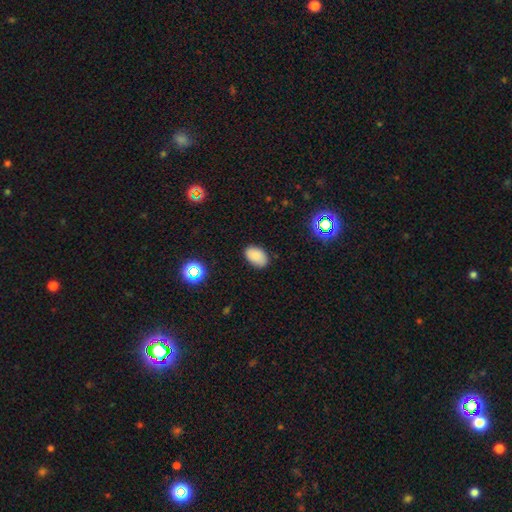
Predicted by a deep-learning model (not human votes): Q: Smooth or featured?
A: smooth (84%); runner-up: star or artifact (11%)
Q: How rounded?
A: in between (91%); runner-up: round (8%)
Q: Merging?
A: none (83%); runner-up: minor disturbance (13%)